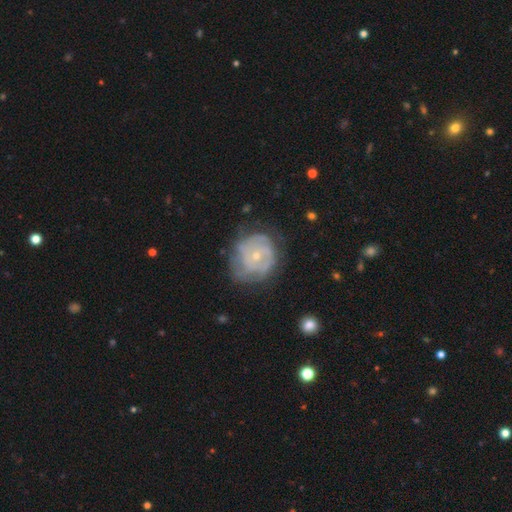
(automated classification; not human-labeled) A featured or disk galaxy (69%) with no bar (80%), spiral arms (73%) and a small central bulge (73%).

Vote fractions:
- Smooth or featured? featured or disk: 69% / smooth: 24% / star or artifact: 7%
- Edge-on disk? no: 98% / yes: 2%
- Bar? no: 80% / weak: 17% / strong: 3%
- Spiral arms? yes: 73% / no: 27%
- Bulge size? small: 73% / moderate: 24% / none: 2% / large: 1% / dominant: 1%
- Merging? none: 58% / minor disturbance: 25% / major disturbance: 14% / merger: 2%